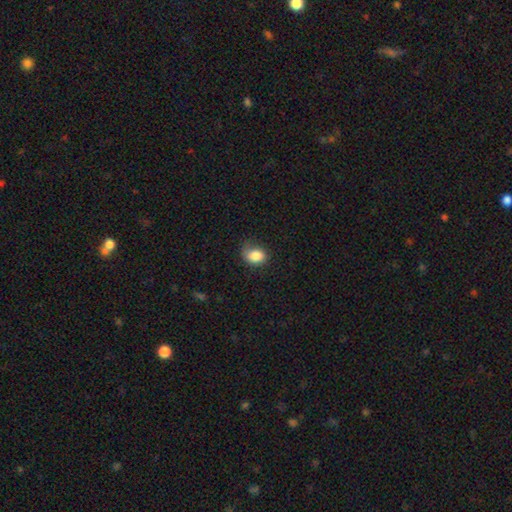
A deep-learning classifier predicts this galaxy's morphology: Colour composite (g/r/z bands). It shows a smooth galaxy with no disk features (84%) that is in between round and cigar-shaped (59%). Merging: none (55%).